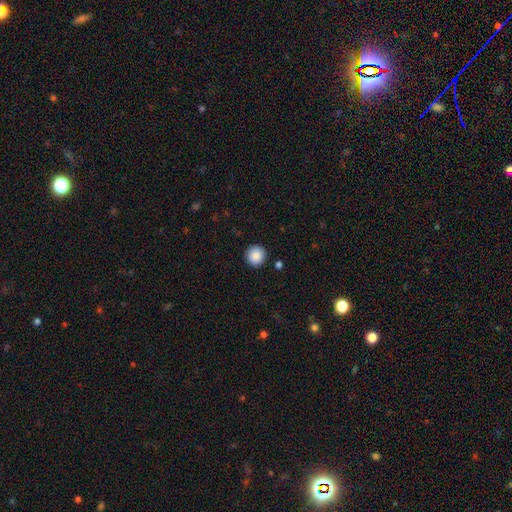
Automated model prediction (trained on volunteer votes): Morphology: type=smooth (88%); roundness=round (95%); merging=none (92%).